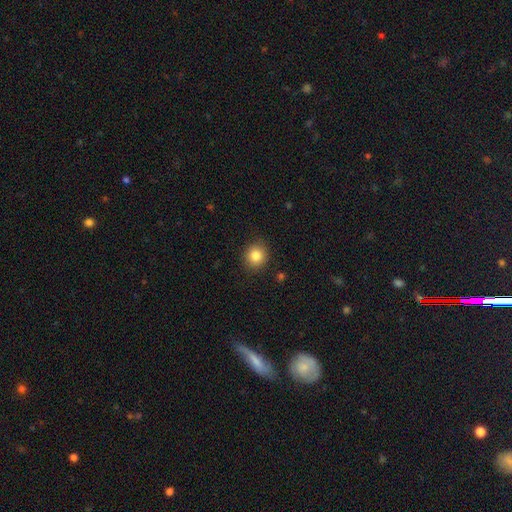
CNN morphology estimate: This is clearly a smooth galaxy (84%). How rounded: clearly round (86%). Merging: clearly none (89%).